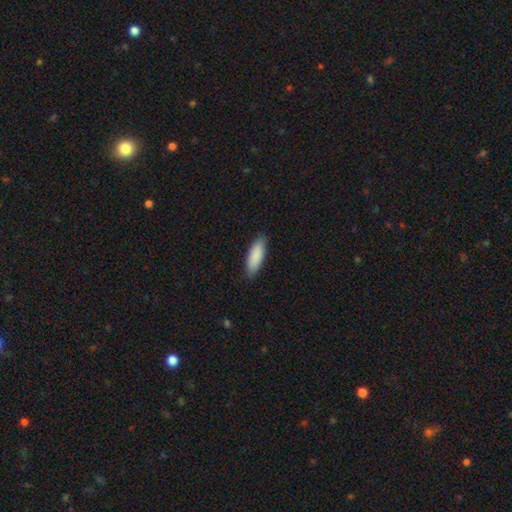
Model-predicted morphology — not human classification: This is clearly a smooth galaxy (88%). How rounded: likely in between (61%). Merging: clearly none (86%).